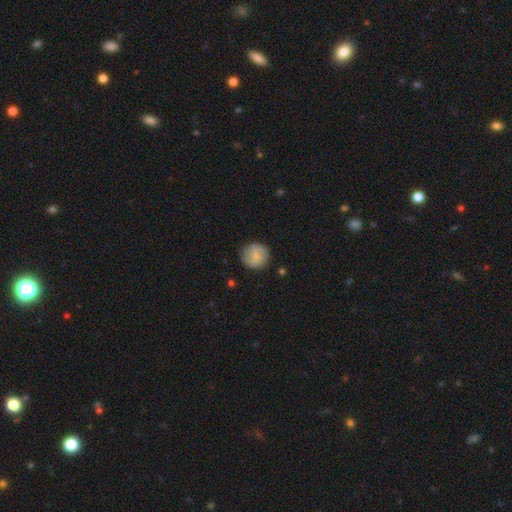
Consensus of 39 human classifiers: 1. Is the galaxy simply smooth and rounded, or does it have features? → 67% smooth, 23% featured or disk, 10% star or artifact.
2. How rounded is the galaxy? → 96% round, 4% in between, 0% cigar-shaped.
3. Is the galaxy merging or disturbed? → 91% none, 9% minor disturbance, 0% major disturbance, 0% merger.